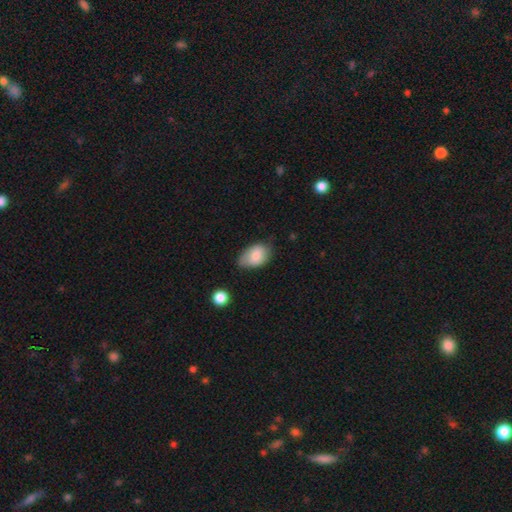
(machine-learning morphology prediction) smooth_or_featured: smooth (p=0.82) [alt: featured or disk p=0.11]
how_rounded: in between (p=0.89) [alt: round p=0.10]
merging: none (p=0.54) [alt: minor disturbance p=0.36]